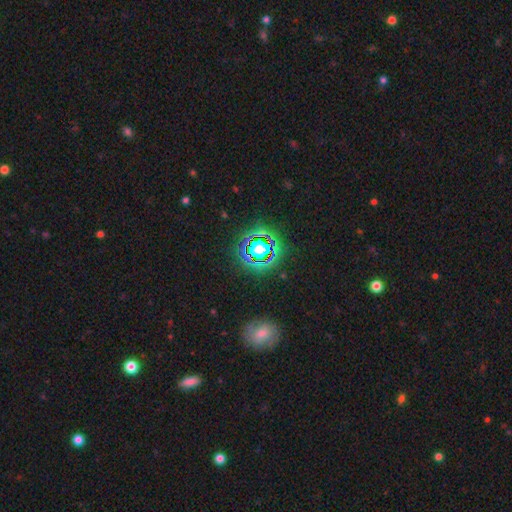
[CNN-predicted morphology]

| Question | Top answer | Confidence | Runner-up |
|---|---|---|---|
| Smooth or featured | star or artifact | 78% | smooth (14%) |